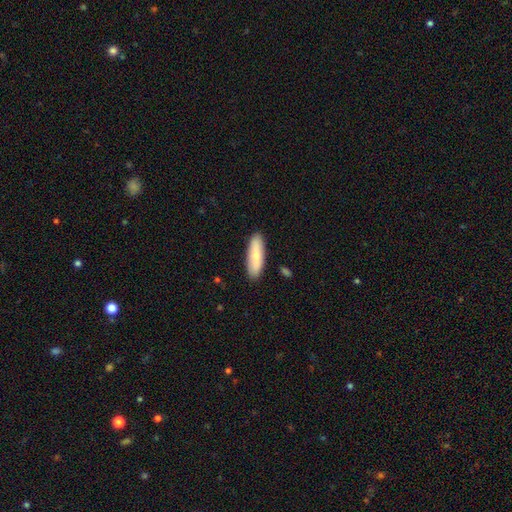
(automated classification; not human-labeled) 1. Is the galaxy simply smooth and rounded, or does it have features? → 75% smooth, 20% featured or disk, 6% star or artifact.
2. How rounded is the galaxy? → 53% cigar-shaped, 46% in between, 2% round.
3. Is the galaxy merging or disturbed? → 89% none, 8% minor disturbance, 2% major disturbance, 1% merger.